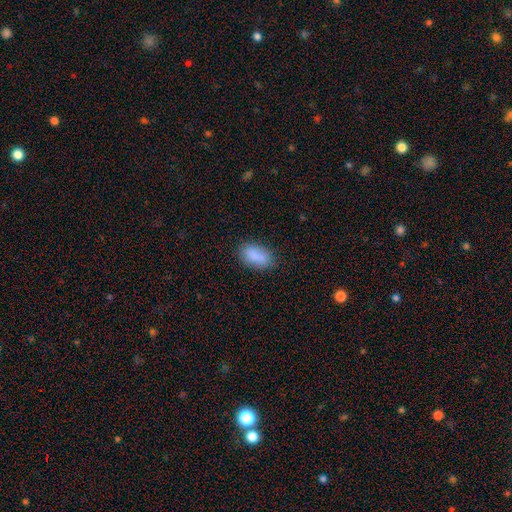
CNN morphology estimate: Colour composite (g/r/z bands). It shows a smooth galaxy with no disk features (86%) that is in between round and cigar-shaped (92%). Merging: none (80%).